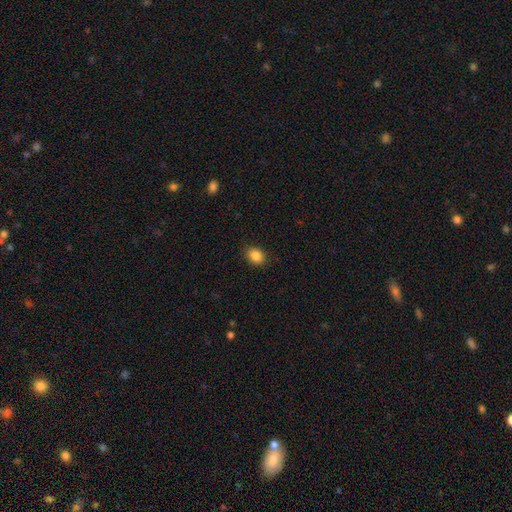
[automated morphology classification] A smooth galaxy with no disk features (86%) that is in between round and cigar-shaped (60%). Merging: none (88%).